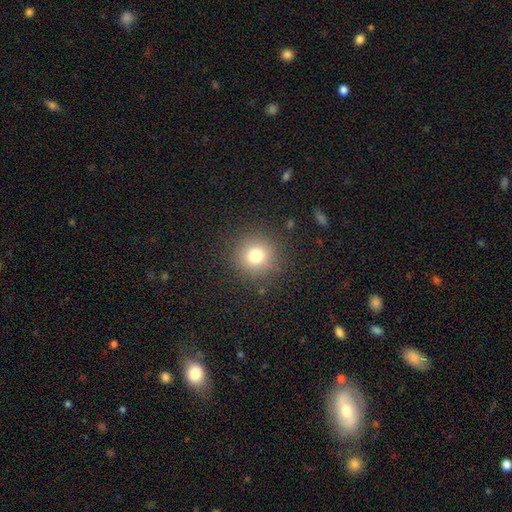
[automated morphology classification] A smooth galaxy with no disk features (76%) that is round (94%).

Vote fractions:
- Smooth or featured? smooth: 76% / star or artifact: 14% / featured or disk: 9%
- How rounded? round: 94% / in between: 5% / cigar-shaped: 1%
- Merging? none: 89% / minor disturbance: 7% / major disturbance: 3% / merger: 1%